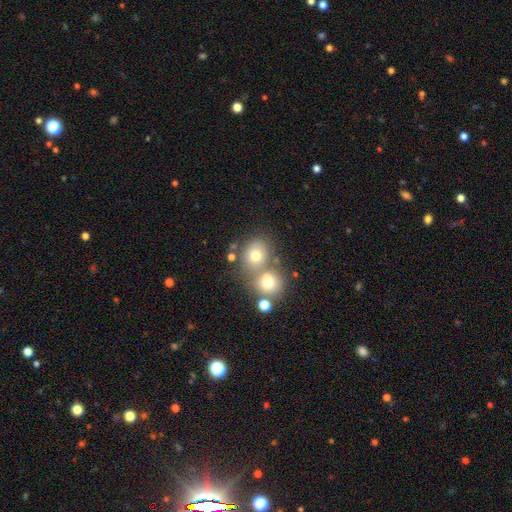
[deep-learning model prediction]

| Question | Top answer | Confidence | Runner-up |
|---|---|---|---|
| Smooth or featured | smooth | 69% | featured or disk (16%) |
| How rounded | round | 74% | in between (25%) |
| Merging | none | 45% | merger (41%) |